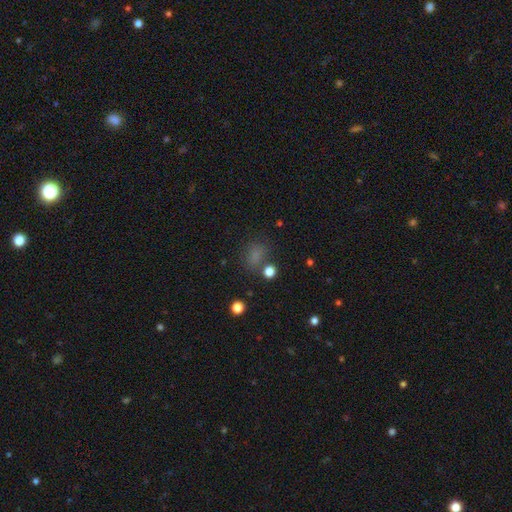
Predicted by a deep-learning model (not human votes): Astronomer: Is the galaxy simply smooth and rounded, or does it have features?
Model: smooth — 71%.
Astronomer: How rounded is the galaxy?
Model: in between — 59% (runner-up: round, 39%).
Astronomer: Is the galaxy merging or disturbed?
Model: none — 70%.